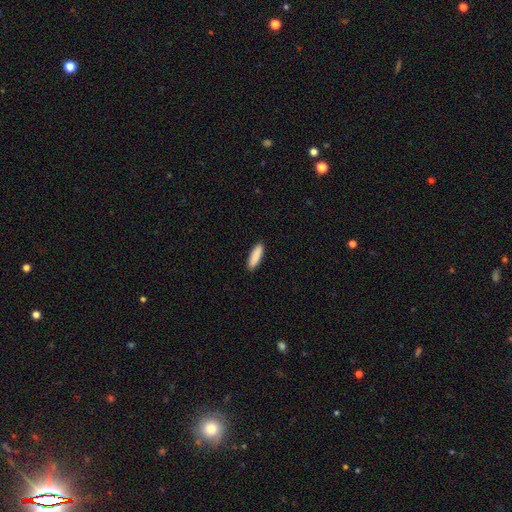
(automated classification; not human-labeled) Smooth or featured: smooth — 90% (star or artifact — 6%)
How rounded: cigar-shaped — 57% (in between — 42%)
Merging: none — 91% (minor disturbance — 7%)